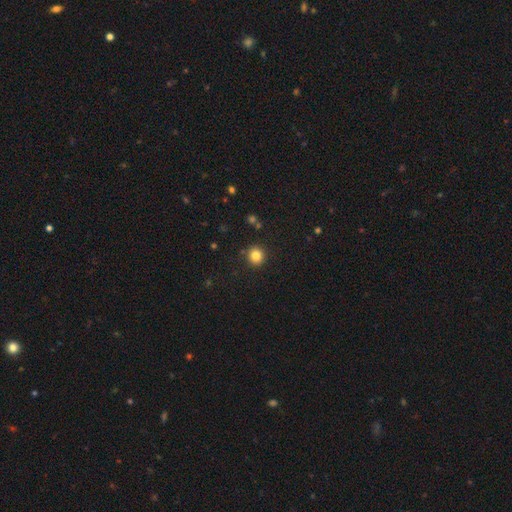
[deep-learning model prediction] Smooth or featured? Predicted: smooth (p=0.82). How rounded? Predicted: round (p=0.93). Merging? Predicted: none (p=0.90).